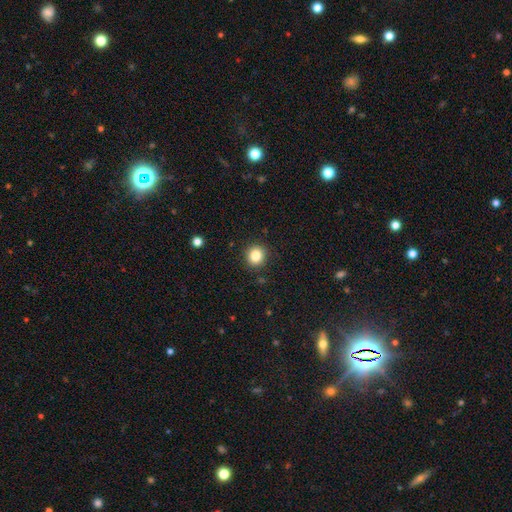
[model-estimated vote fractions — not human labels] Smooth or featured?
  - smooth: 84% *
  - star or artifact: 11%
  - featured or disk: 5%
How rounded?
  - round: 85% *
  - in between: 14%
  - cigar-shaped: 1%
Merging?
  - none: 89% *
  - minor disturbance: 7%
  - major disturbance: 2%
  - merger: 1%